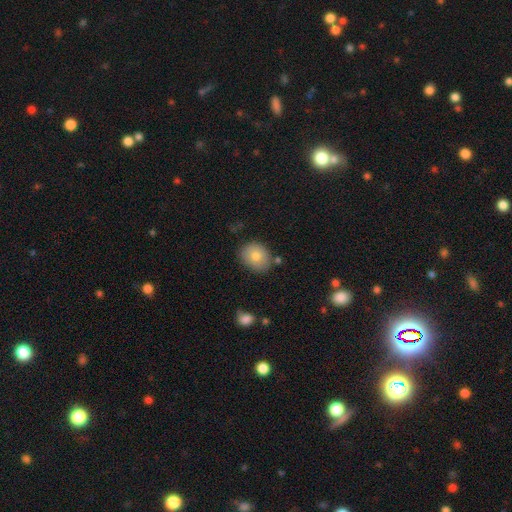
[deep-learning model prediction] smooth 77%, featured or disk 14%, star or artifact 9%. Down the decision tree: how rounded — round (56%); merging — none (79%).